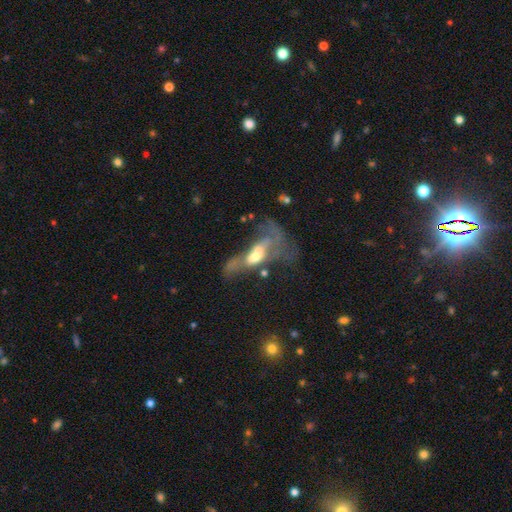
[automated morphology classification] A featured or disk galaxy (58%).

Vote fractions:
- Smooth or featured? featured or disk: 58% / smooth: 30% / star or artifact: 12%
- Edge-on disk? no: 84% / yes: 16%
- Merging? major disturbance: 40% / merger: 36% / none: 14% / minor disturbance: 10%